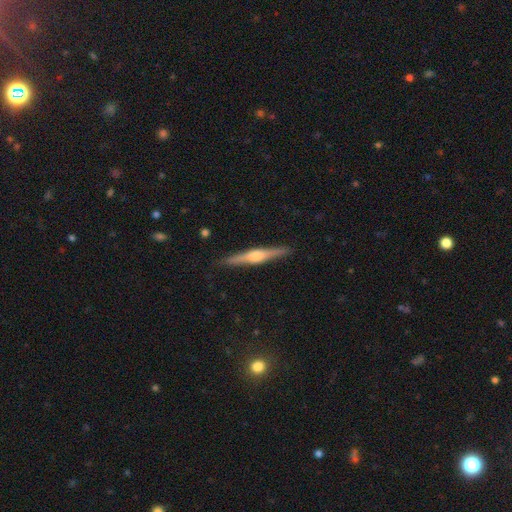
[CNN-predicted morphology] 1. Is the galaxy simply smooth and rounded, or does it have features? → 73% featured or disk, 22% smooth, 6% star or artifact.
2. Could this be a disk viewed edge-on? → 98% yes, 2% no.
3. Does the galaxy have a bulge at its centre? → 83% rounded, 12% boxy, 5% none.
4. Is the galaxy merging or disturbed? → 90% none, 7% minor disturbance, 1% major disturbance, 1% merger.